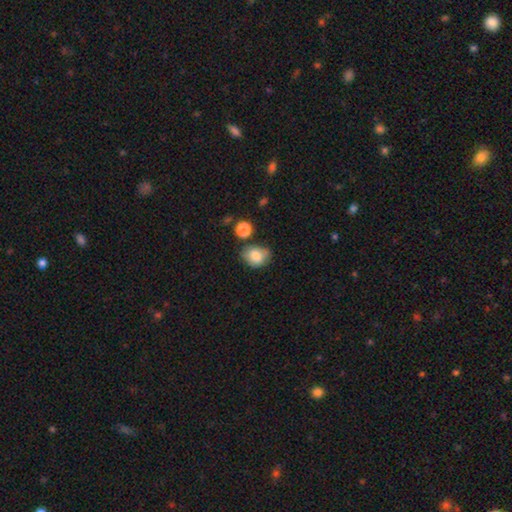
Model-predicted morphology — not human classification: Smooth or featured?
  - smooth: 80% *
  - featured or disk: 11%
  - star or artifact: 9%
How rounded?
  - in between: 55% *
  - round: 44%
  - cigar-shaped: 1%
Merging?
  - none: 58% *
  - minor disturbance: 26%
  - merger: 9%
  - major disturbance: 7%